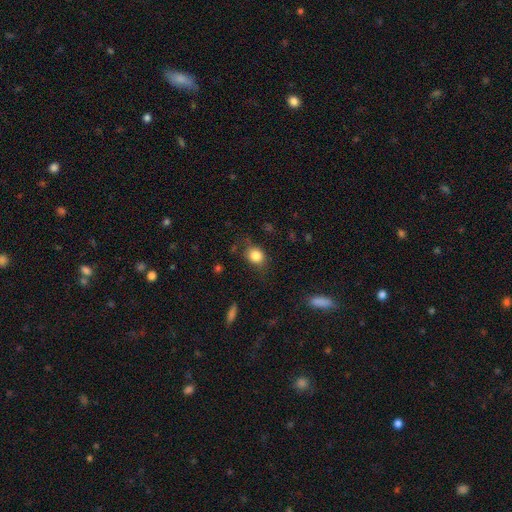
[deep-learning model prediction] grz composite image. It shows a smooth galaxy with no disk features (82%) that is round (53%). Merging: none (70%).